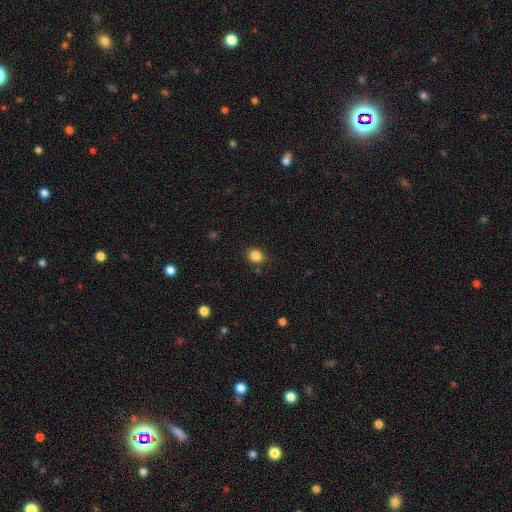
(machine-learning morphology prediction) smooth 85%, star or artifact 11%, featured or disk 4%. Down the decision tree: how rounded — round (66%); merging — none (84%).